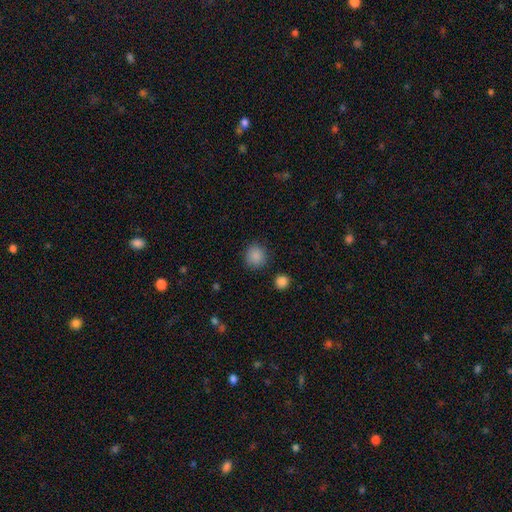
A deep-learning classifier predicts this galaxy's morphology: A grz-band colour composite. It shows a smooth galaxy with no disk features (87%) that is round (90%). Merging: none (87%).